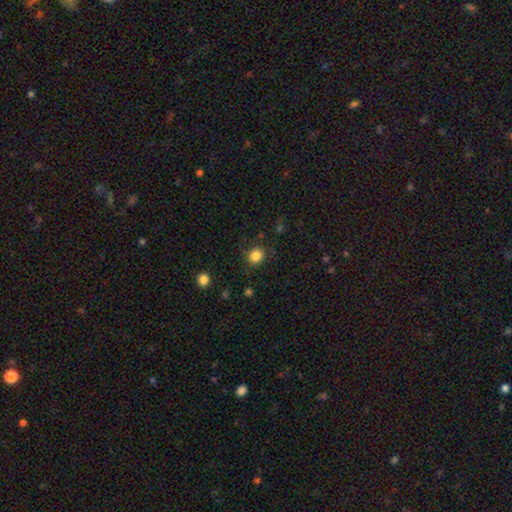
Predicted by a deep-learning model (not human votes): A smooth galaxy with no disk features (85%) that is round (78%).

Vote fractions:
- Smooth or featured? smooth: 85% / star or artifact: 11% / featured or disk: 5%
- How rounded? round: 78% / in between: 21% / cigar-shaped: 1%
- Merging? none: 83% / minor disturbance: 12% / major disturbance: 4% / merger: 2%